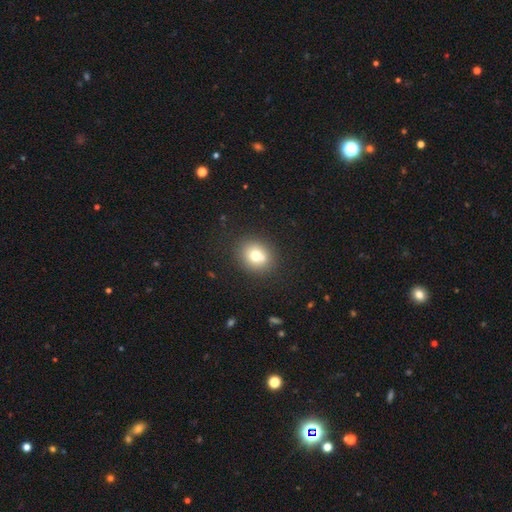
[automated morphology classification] Overall: smooth (72%). How rounded: round (74%). Merging: none (80%).